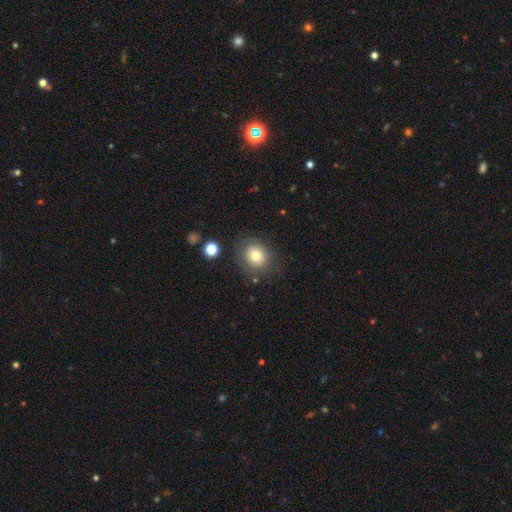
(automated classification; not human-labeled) Morphology: type=smooth (76%); roundness=round (73%); merging=none (79%).